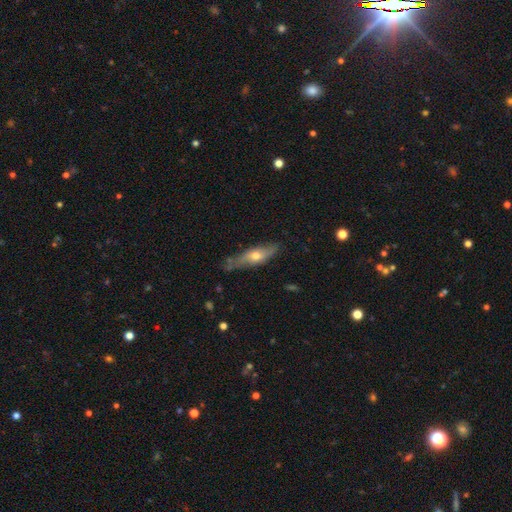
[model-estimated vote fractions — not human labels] Morphology: type=featured or disk (55%); edge-on=yes (63%); merging=none (68%).